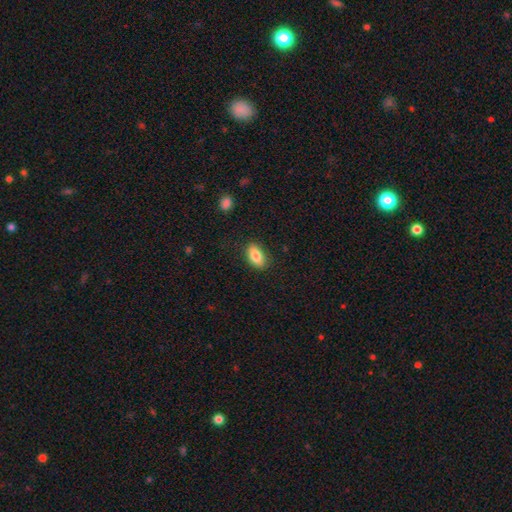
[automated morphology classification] type=smooth (82%); roundness=in between (89%); merging=none (85%).